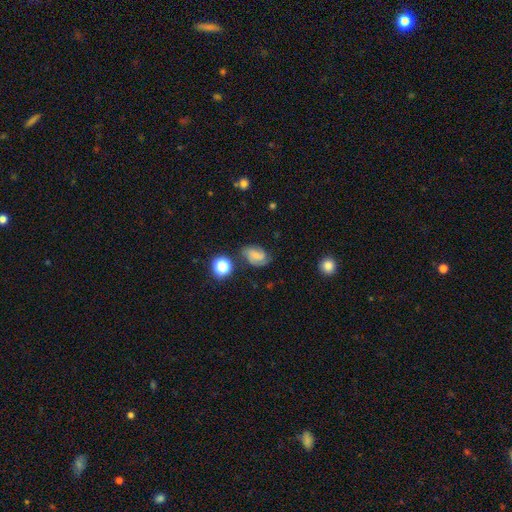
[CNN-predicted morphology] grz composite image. It shows a featured or disk galaxy (57%) with no bar (44%, tied with weak), 2 (74%) medium (47%) spiral arms (92%) and a small central bulge (51%). Merging: none (70%).